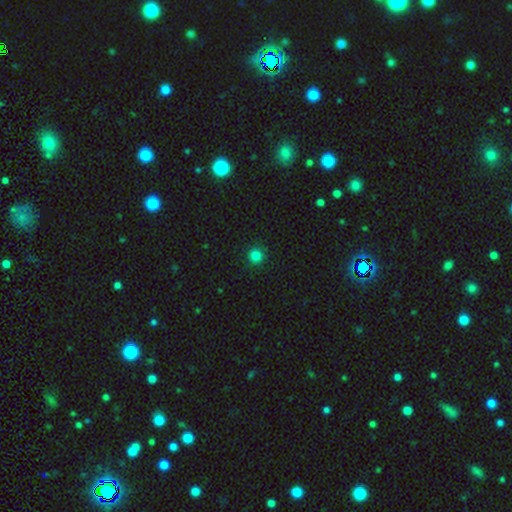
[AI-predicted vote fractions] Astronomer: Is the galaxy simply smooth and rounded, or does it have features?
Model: smooth — 83%.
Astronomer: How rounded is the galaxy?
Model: round — 96%.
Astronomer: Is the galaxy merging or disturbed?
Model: none — 92%.